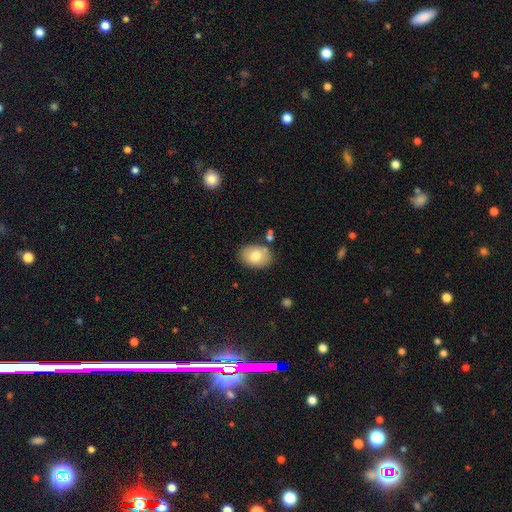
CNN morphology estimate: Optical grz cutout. It shows a smooth galaxy with no disk features (78%) that is in between round and cigar-shaped (80%). Merging: none (78%).